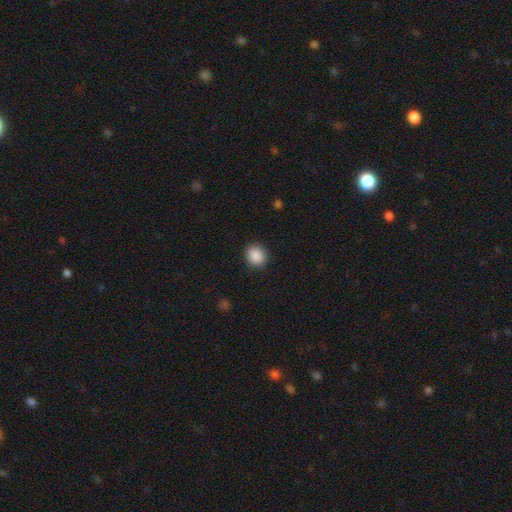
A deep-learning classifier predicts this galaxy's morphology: This is clearly a smooth galaxy (89%). How rounded: likely round (71%). Merging: clearly none (89%).